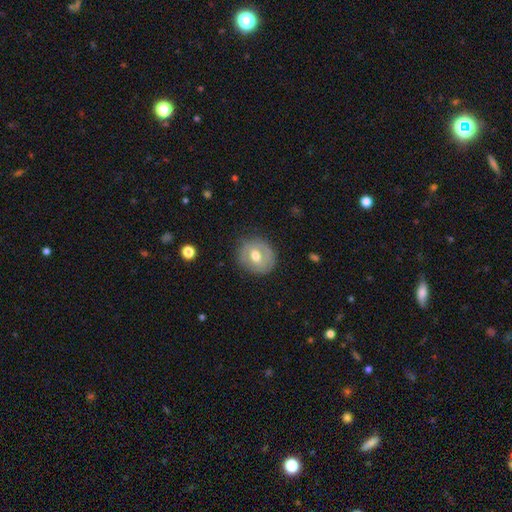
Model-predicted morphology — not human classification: Smooth or featured: smooth — 53% (featured or disk — 39%)
How rounded: round — 80% (in between — 19%)
Merging: none — 79% (minor disturbance — 16%)